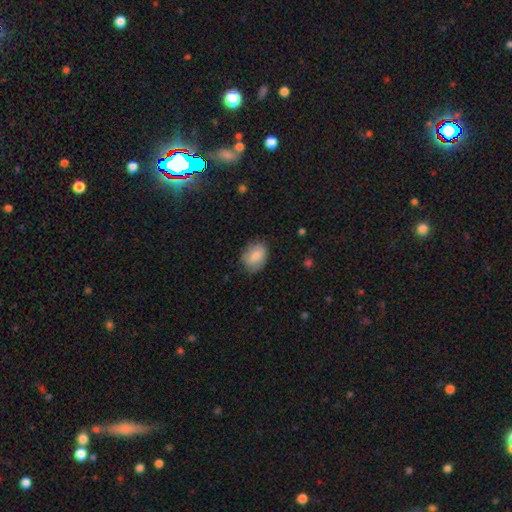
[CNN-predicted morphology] Smooth or featured? smooth (81%)
How rounded? in between (67%)
Merging? none (76%)